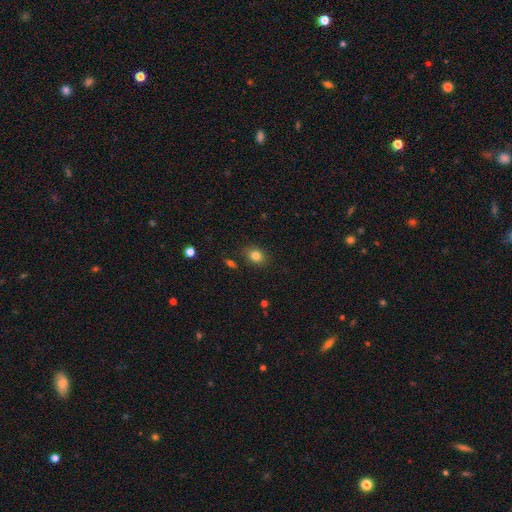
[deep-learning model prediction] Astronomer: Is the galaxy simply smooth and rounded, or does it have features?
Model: smooth — 81%.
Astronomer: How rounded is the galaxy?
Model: in between — 54% (runner-up: round, 45%).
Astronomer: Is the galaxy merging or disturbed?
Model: none — 84%.